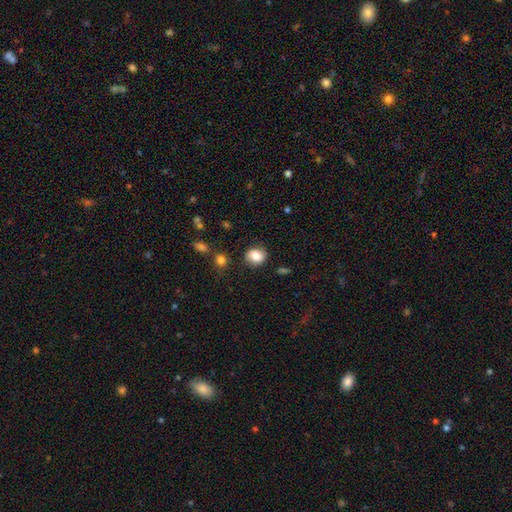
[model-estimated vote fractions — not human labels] This appears to be a smooth galaxy with no disk features (79%) that is round (64%). Merging: none (79%).